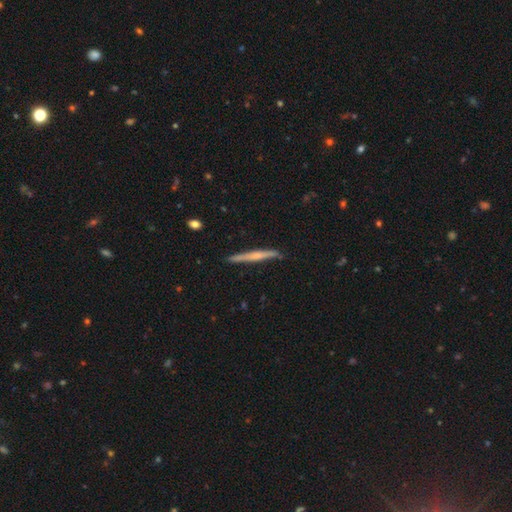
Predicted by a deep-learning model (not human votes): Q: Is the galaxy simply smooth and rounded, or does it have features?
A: featured or disk — 57%.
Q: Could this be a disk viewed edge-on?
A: yes — 98%.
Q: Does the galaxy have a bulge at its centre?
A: rounded — 49%.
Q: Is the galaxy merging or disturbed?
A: none — 89%.